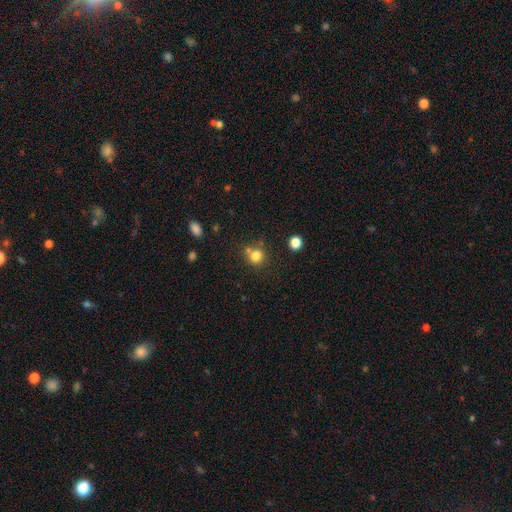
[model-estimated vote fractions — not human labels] Smooth or featured? Predicted: smooth (p=0.79). How rounded? Predicted: round (p=0.86). Merging? Predicted: none (p=0.62).